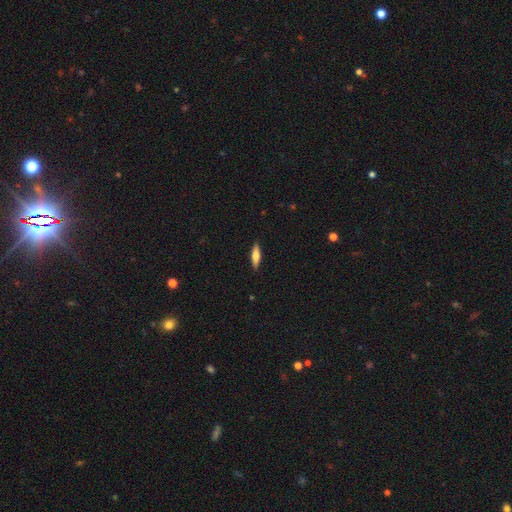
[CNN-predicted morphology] smooth-or-featured: smooth: 58% | featured or disk: 36% | star or artifact: 6%
  how-rounded: cigar-shaped: 69% | in between: 29% | round: 2%
  merging: none: 90% | minor disturbance: 7% | major disturbance: 2% | merger: 1%